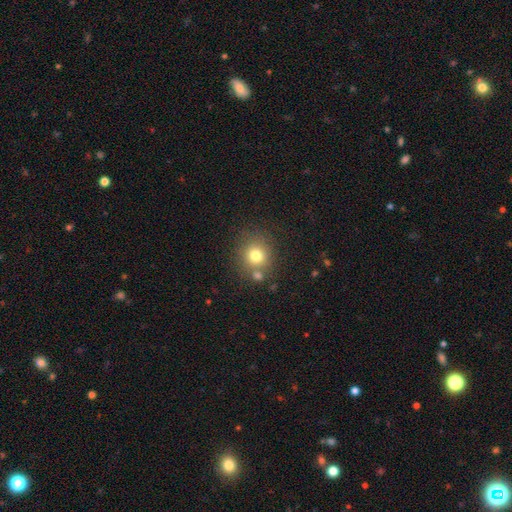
Smooth or featured: smooth — 75% (featured or disk — 12%)
How rounded: round — 90% (in between — 10%)
Merging: none — 74% (merger — 17%)